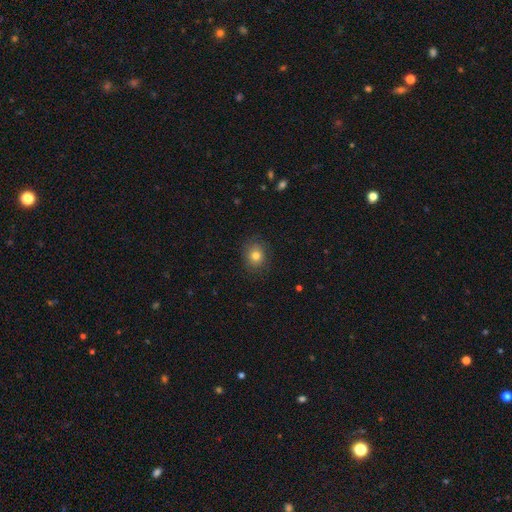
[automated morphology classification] Q: Smooth or featured?
A: smooth (79%); runner-up: star or artifact (12%)
Q: How rounded?
A: round (70%); runner-up: in between (29%)
Q: Merging?
A: none (86%); runner-up: minor disturbance (10%)